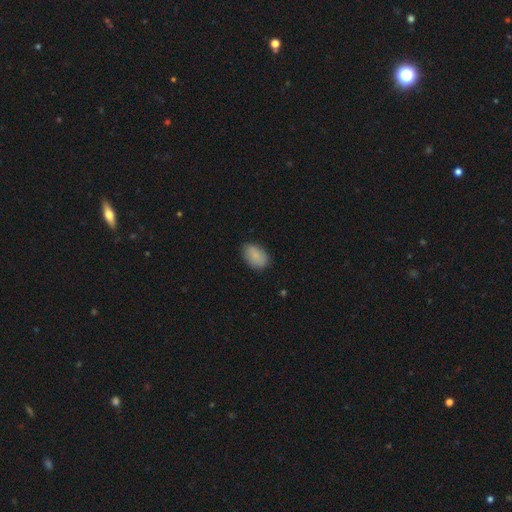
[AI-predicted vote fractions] This is clearly a smooth galaxy (87%). How rounded: clearly in between (88%). Merging: clearly none (83%).